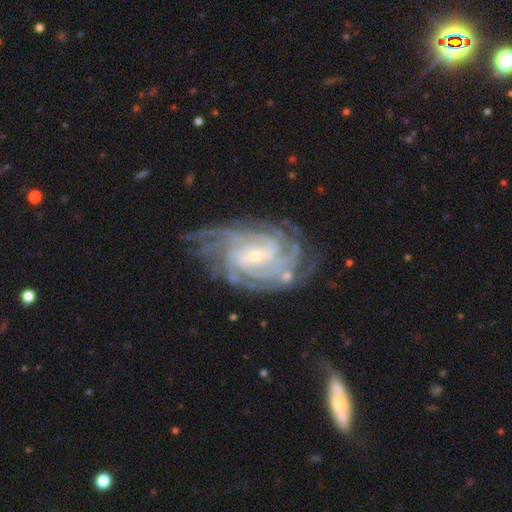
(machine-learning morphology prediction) smooth_or_featured: featured or disk (p=0.91) [alt: star or artifact p=0.05]
disk_edge_on: no (p=0.97) [alt: yes p=0.03]
bar: weak (p=0.43) [alt: no p=0.40]
has_spiral_arms: yes (p=0.98) [alt: no p=0.02]
spiral_winding: tight (p=0.73) [alt: medium p=0.23]
spiral_arm_count: 4 (p=0.30) [alt: more than 4 p=0.29]
bulge_size: small (p=0.79) [alt: moderate p=0.17]
merging: none (p=0.73) [alt: minor disturbance p=0.17]